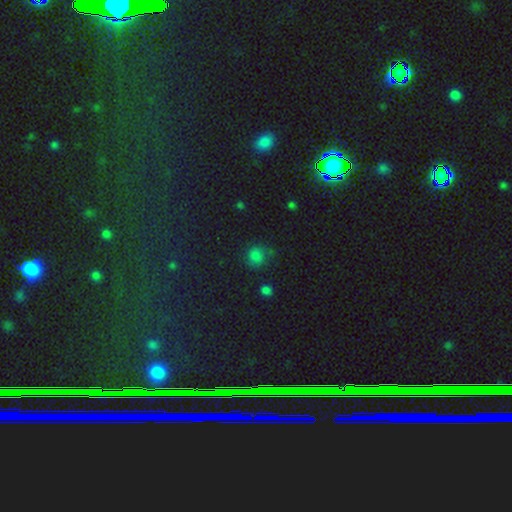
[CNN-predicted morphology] This is likely a smooth galaxy (67%). How rounded: clearly round (84%). Merging: likely none (70%).